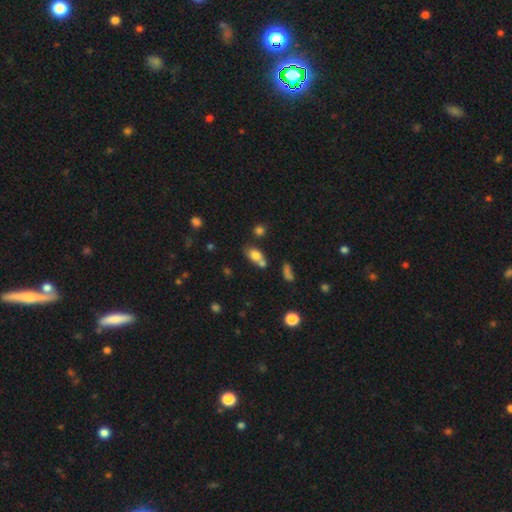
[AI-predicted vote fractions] smooth 77%, star or artifact 12%, featured or disk 11%. Down the decision tree: how rounded — in between (73%); merging — none (42%).